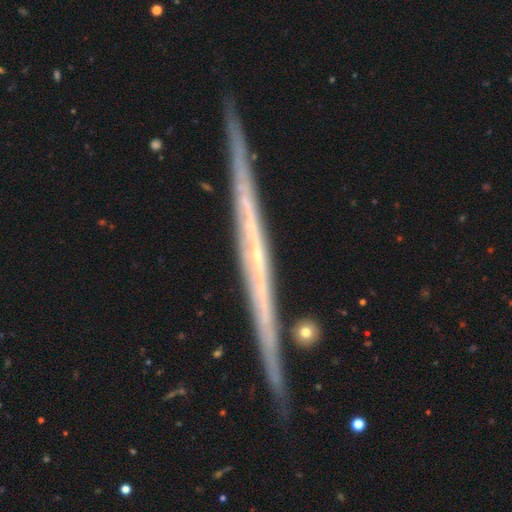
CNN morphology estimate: This appears to be a featured or disk galaxy (79%) viewed edge-on (97%) with no central bulge (83%). Merging: none (88%).